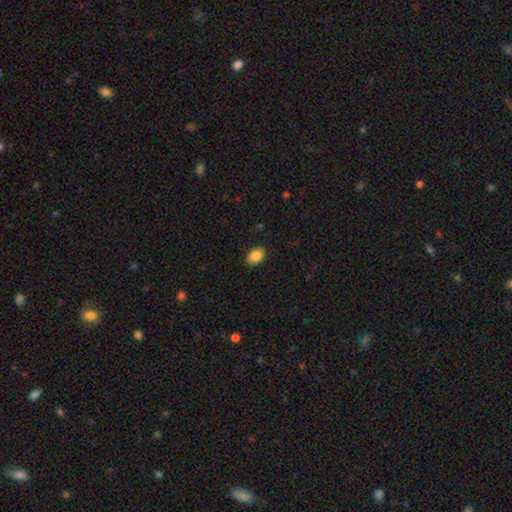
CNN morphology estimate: Overall: smooth (87%). How rounded: in between (80%). Merging: none (87%).